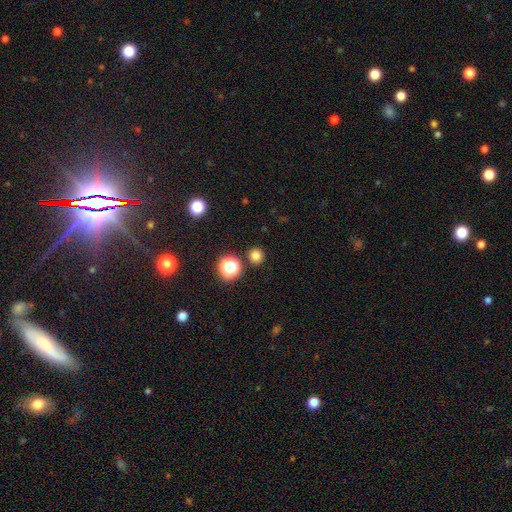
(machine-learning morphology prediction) Smooth or featured? smooth (78%)
How rounded? round (93%)
Merging? none (89%)